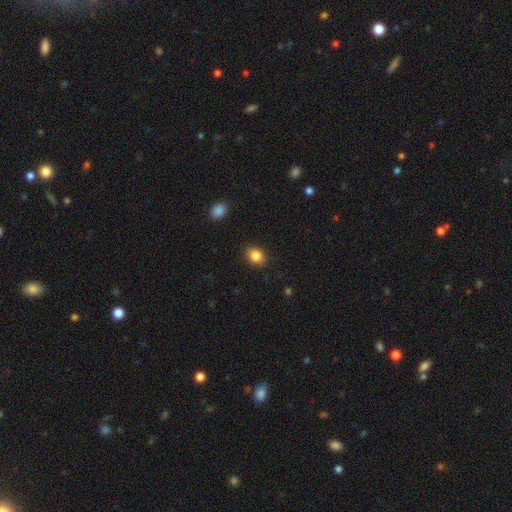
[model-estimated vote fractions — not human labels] This appears to be a smooth galaxy with no disk features (85%) that is round (52%). Merging: none (89%).